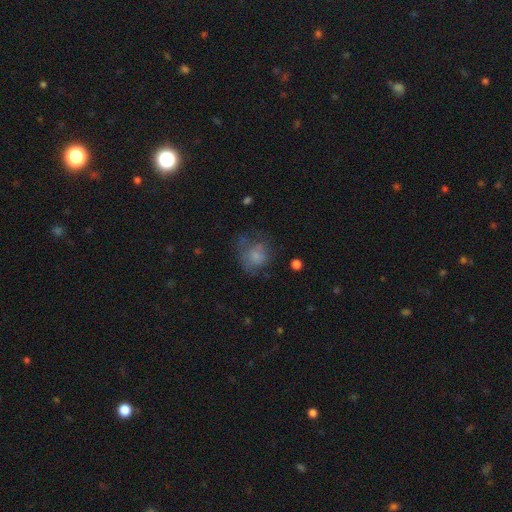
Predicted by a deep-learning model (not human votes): This appears to be a smooth galaxy with no disk features (66%) that is round (70%). Merging: none (42%).